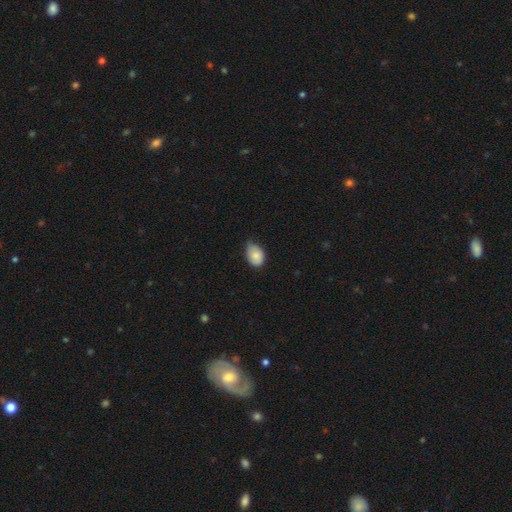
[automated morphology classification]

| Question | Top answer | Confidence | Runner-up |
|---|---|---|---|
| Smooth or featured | smooth | 82% | featured or disk (11%) |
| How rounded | in between | 77% | round (22%) |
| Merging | none | 48% | minor disturbance (45%) |